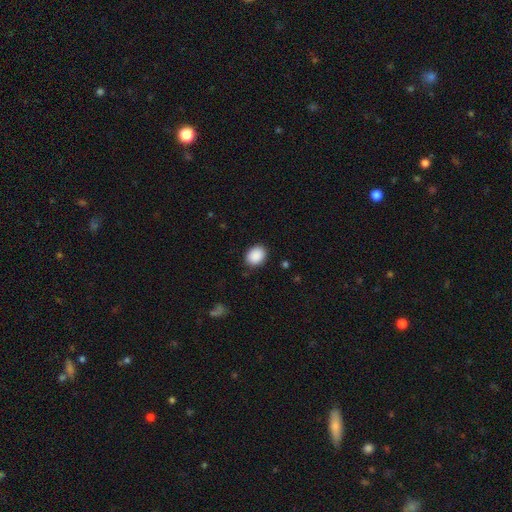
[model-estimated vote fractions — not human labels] Smooth or featured?
  - smooth: 90% *
  - star or artifact: 8%
  - featured or disk: 3%
How rounded?
  - in between: 56% *
  - round: 43%
  - cigar-shaped: 1%
Merging?
  - none: 88% *
  - minor disturbance: 9%
  - major disturbance: 2%
  - merger: 1%